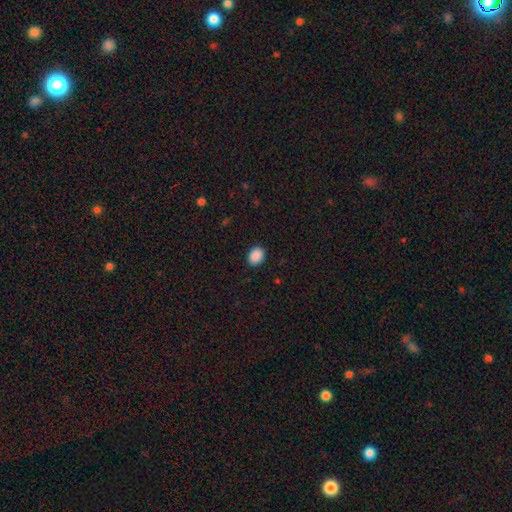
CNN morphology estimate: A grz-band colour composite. It shows a smooth galaxy with no disk features (89%) that is in between round and cigar-shaped (53%). Merging: none (89%).